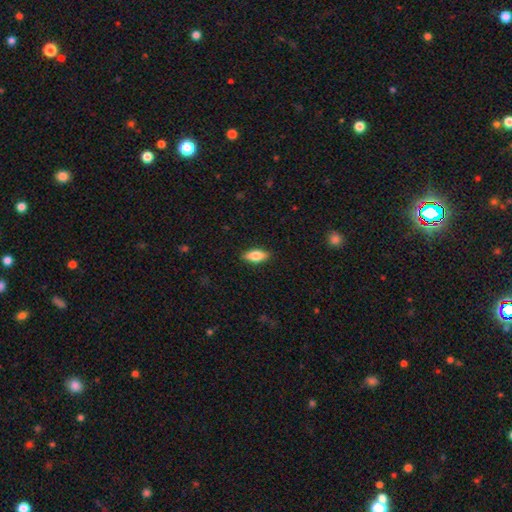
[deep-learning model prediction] The model was most divided on "smooth or featured": smooth: 77%, featured or disk: 16%, star or artifact: 6%. More confident: merging — none (88%); how rounded — in between (81%).